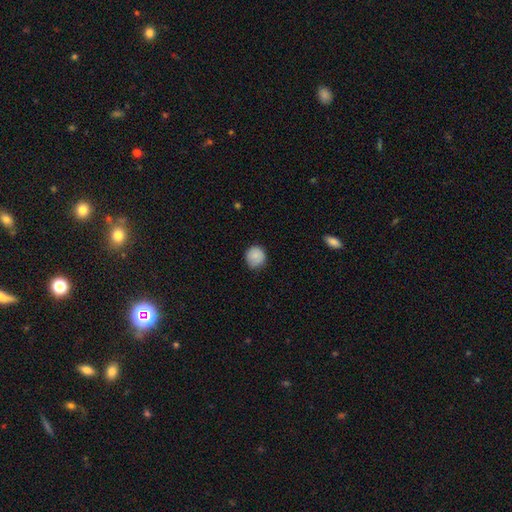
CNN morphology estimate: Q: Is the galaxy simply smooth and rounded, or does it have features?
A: smooth — 86%.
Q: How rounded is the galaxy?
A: round — 90%.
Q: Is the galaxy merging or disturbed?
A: none — 73%.